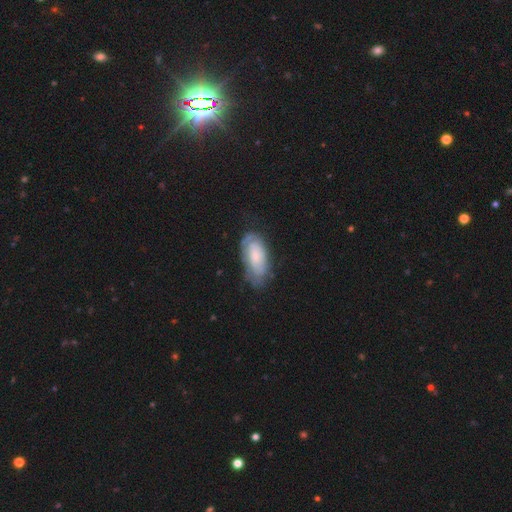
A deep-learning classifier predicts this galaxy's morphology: Overall: smooth (48%; featured or disk 45%). Merging: none (60%; minor disturbance 27%).